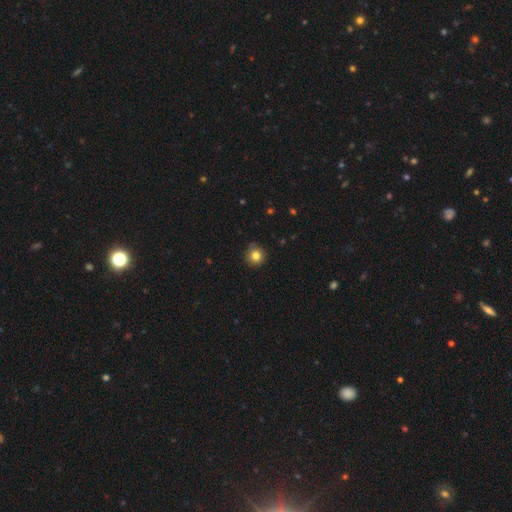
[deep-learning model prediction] A smooth galaxy with no disk features (82%) that is round (93%).

Vote fractions:
- Smooth or featured? smooth: 82% / star or artifact: 11% / featured or disk: 7%
- How rounded? round: 93% / in between: 6% / cigar-shaped: 1%
- Merging? none: 88% / minor disturbance: 9% / major disturbance: 2% / merger: 1%